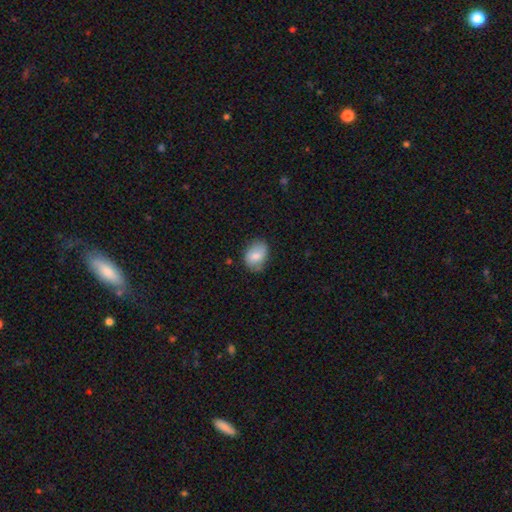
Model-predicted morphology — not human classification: smooth 80%, featured or disk 13%, star or artifact 7%. Down the decision tree: how rounded — in between (72%); merging — none (68%).